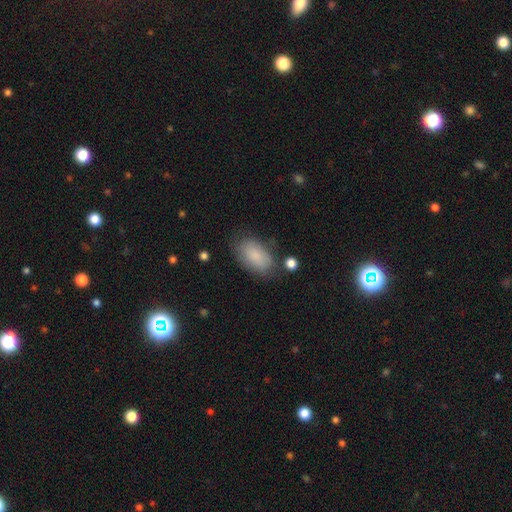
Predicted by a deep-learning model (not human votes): This appears to be a smooth galaxy with no disk features (84%) that is in between round and cigar-shaped (92%). Merging: none (73%).